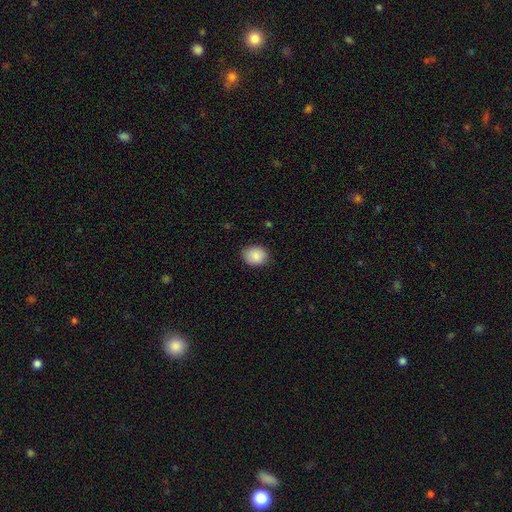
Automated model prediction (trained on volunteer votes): Q: Smooth or featured?
A: smooth (87%); runner-up: star or artifact (8%)
Q: How rounded?
A: round (55%); runner-up: in between (44%)
Q: Merging?
A: none (85%); runner-up: minor disturbance (11%)